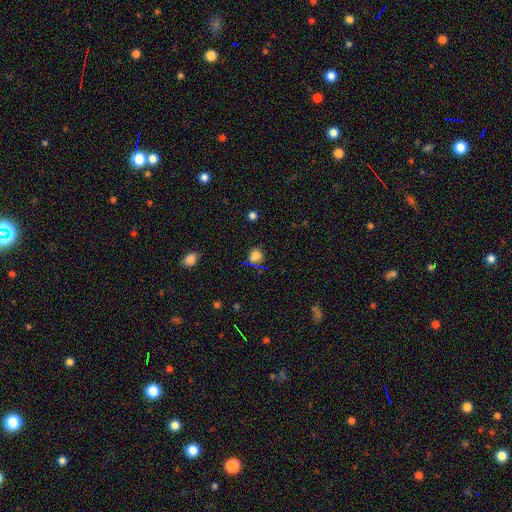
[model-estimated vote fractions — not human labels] smooth_or_featured: smooth (p=0.69) [alt: star or artifact p=0.24]
how_rounded: round (p=0.84) [alt: in between p=0.15]
merging: none (p=0.79) [alt: minor disturbance p=0.13]